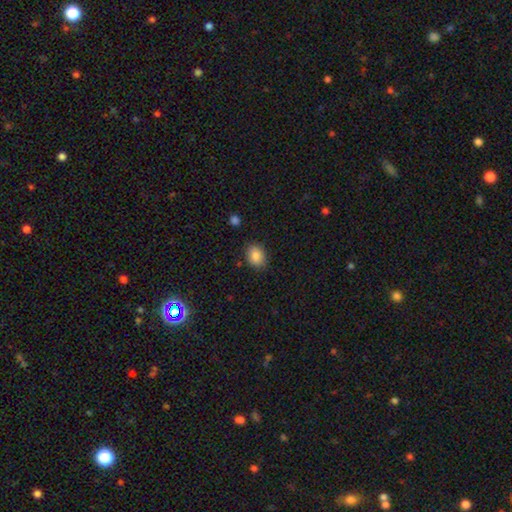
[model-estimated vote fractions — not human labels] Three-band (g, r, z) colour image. It shows a smooth galaxy with no disk features (86%) that is in between round and cigar-shaped (66%). Merging: none (84%).